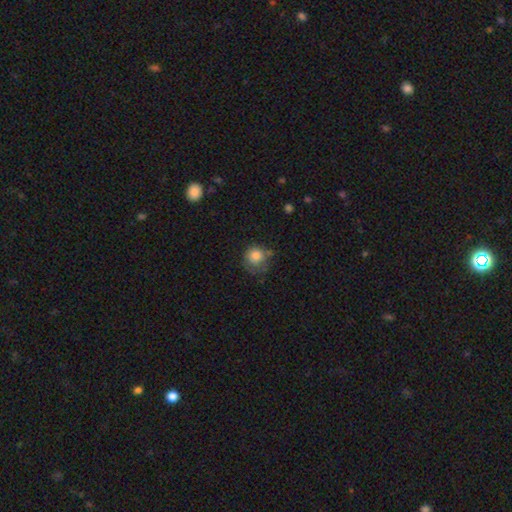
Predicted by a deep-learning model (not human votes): Smooth or featured? Predicted: smooth (p=0.75). How rounded? Predicted: round (p=0.85). Merging? Predicted: none (p=0.49).